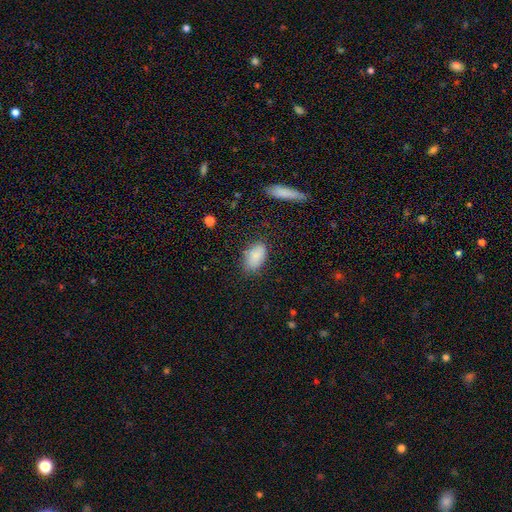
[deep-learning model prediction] This appears to be a smooth galaxy with no disk features (86%) that is in between round and cigar-shaped (92%). Merging: none (75%).